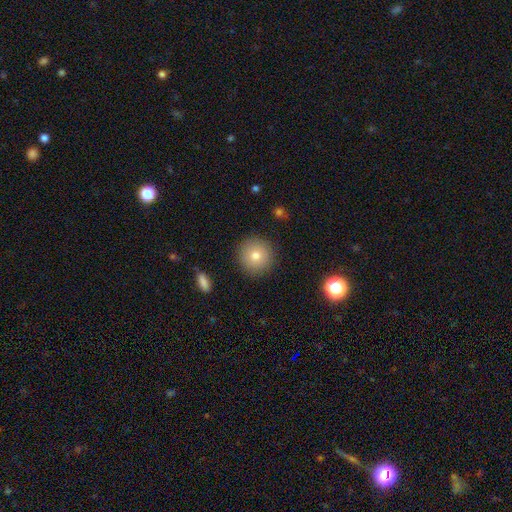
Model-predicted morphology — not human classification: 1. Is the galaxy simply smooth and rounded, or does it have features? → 78% smooth, 11% featured or disk, 10% star or artifact.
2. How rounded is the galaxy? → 95% round, 4% in between, 1% cigar-shaped.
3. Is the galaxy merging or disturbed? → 90% none, 6% minor disturbance, 2% major disturbance, 1% merger.